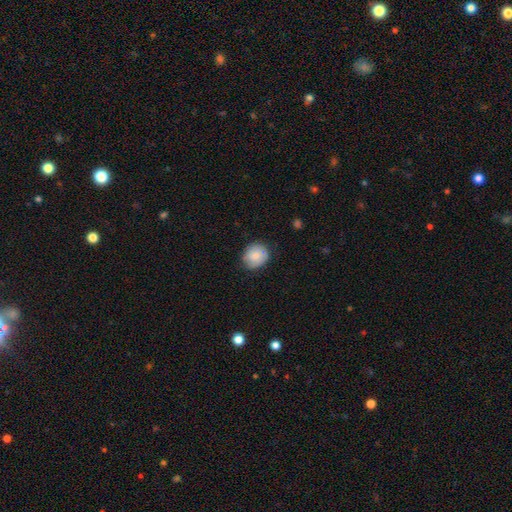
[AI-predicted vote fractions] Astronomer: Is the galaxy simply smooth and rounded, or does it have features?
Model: smooth — 75%.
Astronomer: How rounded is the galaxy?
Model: round — 75%.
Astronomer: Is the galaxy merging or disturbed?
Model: none — 76%.